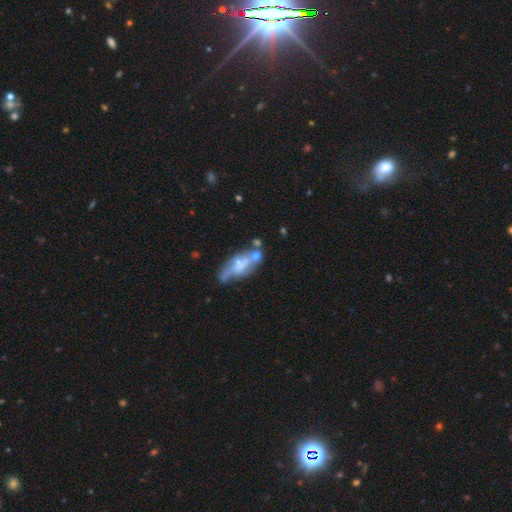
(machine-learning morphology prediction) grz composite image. It shows a featured or disk galaxy (61%). Merging: none (47%).